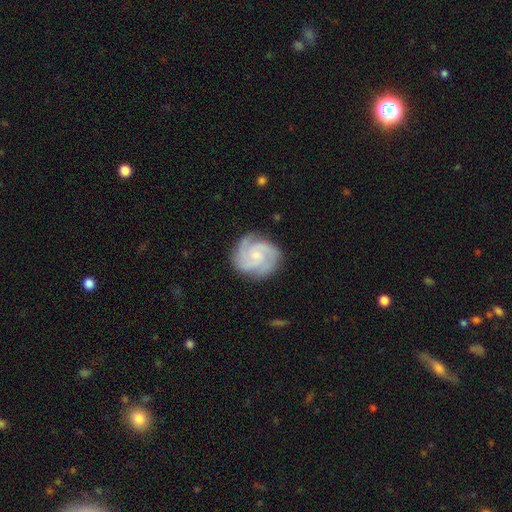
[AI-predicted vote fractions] This appears to be a featured or disk galaxy (87%) with no bar (66%), 3 (54%) tight (51%) spiral arms (98%) and a small central bulge (67%). Merging: none (79%).